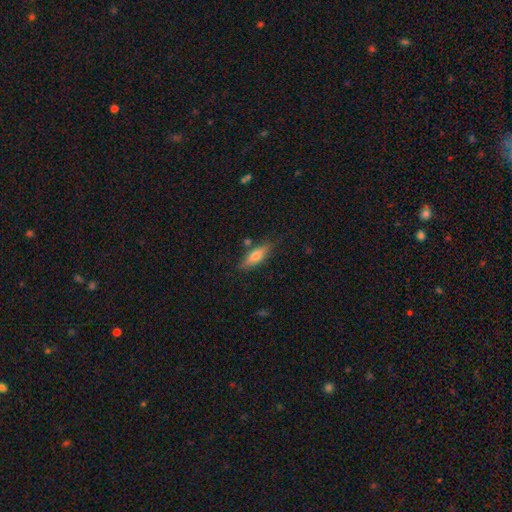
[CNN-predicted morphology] smooth_or_featured: smooth (p=0.65) [alt: featured or disk p=0.28]
how_rounded: in between (p=0.52) [alt: cigar-shaped p=0.46]
merging: none (p=0.77) [alt: minor disturbance p=0.15]